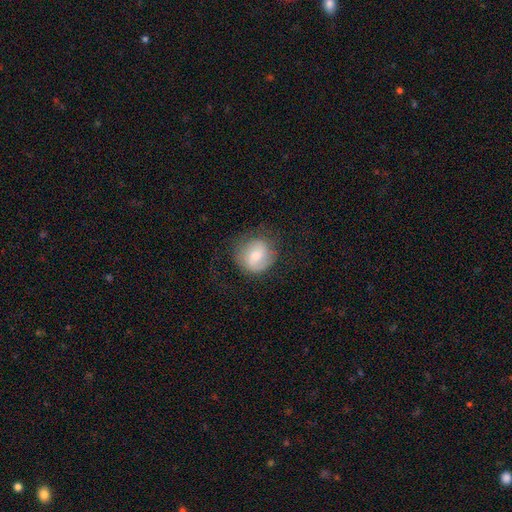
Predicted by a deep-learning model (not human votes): Q: Smooth or featured?
A: smooth (47%); runner-up: featured or disk (45%)
Q: Merging?
A: none (72%); runner-up: minor disturbance (18%)